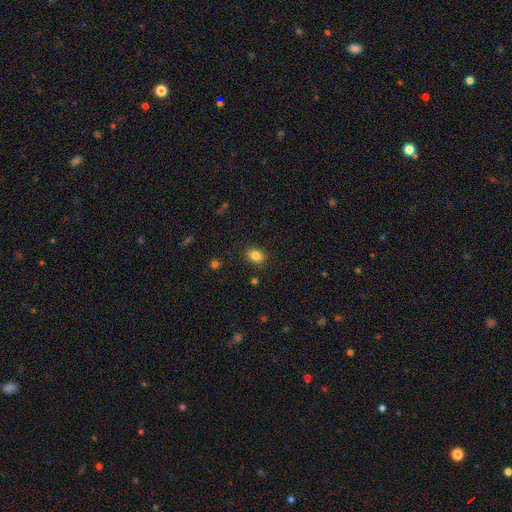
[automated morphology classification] smooth 84%, star or artifact 10%, featured or disk 5%. Down the decision tree: how rounded — in between (62%); merging — none (87%).